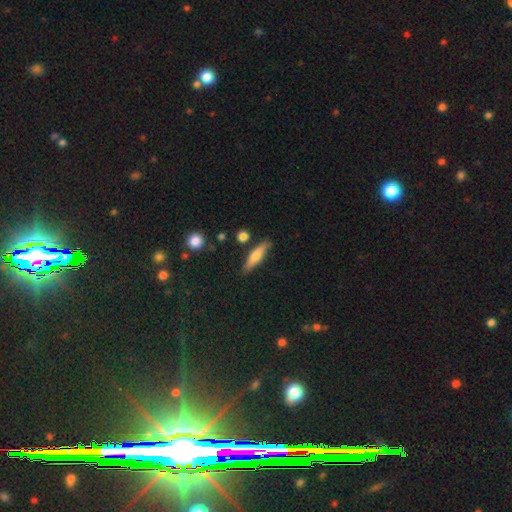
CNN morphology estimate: Q: Smooth or featured?
A: smooth (57%); runner-up: featured or disk (37%)
Q: How rounded?
A: cigar-shaped (75%); runner-up: in between (23%)
Q: Merging?
A: none (83%); runner-up: minor disturbance (11%)